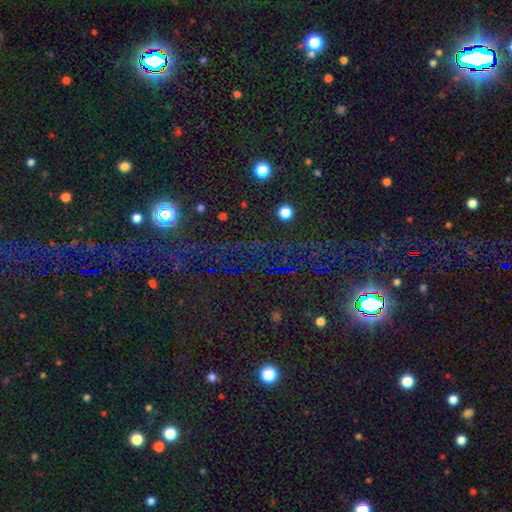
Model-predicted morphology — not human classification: Smooth or featured? Predicted: star or artifact (p=0.78).